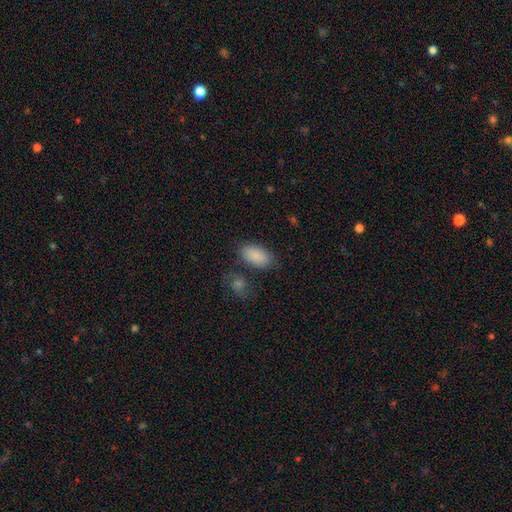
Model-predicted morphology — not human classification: The model was most divided on "merging": none: 74%, minor disturbance: 13%, merger: 8%, major disturbance: 5%. More confident: how rounded — in between (94%); smooth or featured — smooth (88%).